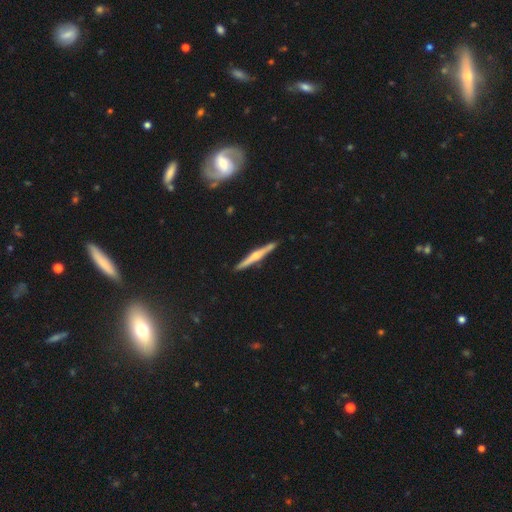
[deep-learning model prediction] Smooth or featured?
  - featured or disk: 71% *
  - smooth: 23%
  - star or artifact: 5%
Edge-on disk?
  - yes: 98% *
  - no: 2%
Edge-on bulge?
  - rounded: 85% *
  - none: 8%
  - boxy: 7%
Merging?
  - none: 91% *
  - minor disturbance: 7%
  - merger: 1%
  - major disturbance: 1%